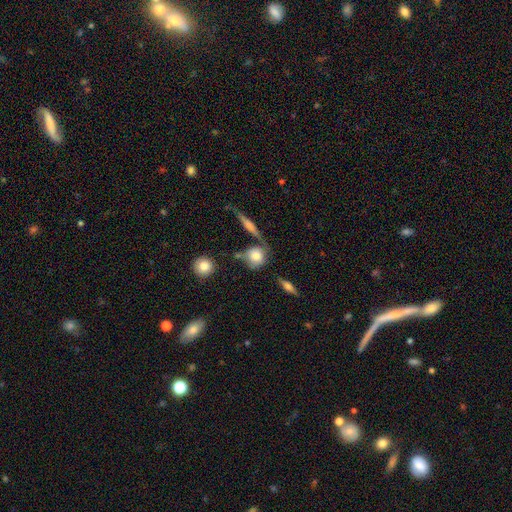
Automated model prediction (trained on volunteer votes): A smooth galaxy with no disk features (74%) that is round (79%). Merging: none (53%).